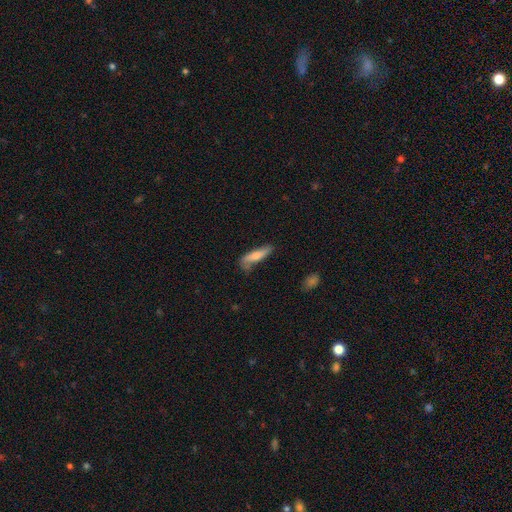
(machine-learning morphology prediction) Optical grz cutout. It shows a smooth galaxy with no disk features (61%) that is cigar-shaped (72%). Merging: none (57%).